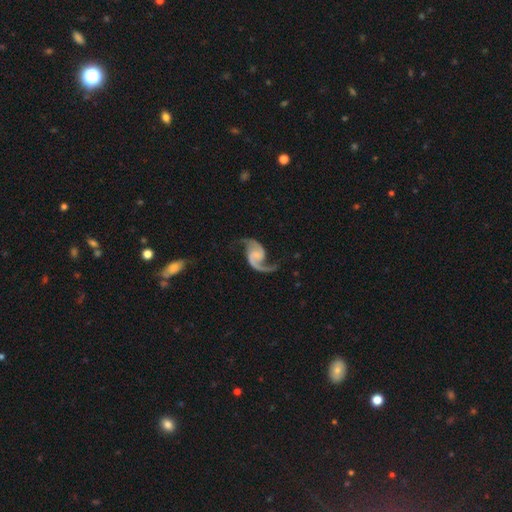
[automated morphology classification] Smooth or featured? Predicted: featured or disk (p=0.92). Edge-on disk? Predicted: no (p=0.98). Bar? Predicted: no (p=0.50). Spiral arms? Predicted: yes (p=0.98). Spiral winding? Predicted: loose (p=0.58). Spiral arm count? Predicted: 2 (p=0.92). Bulge size? Predicted: none (p=0.50). Merging? Predicted: none (p=0.72).